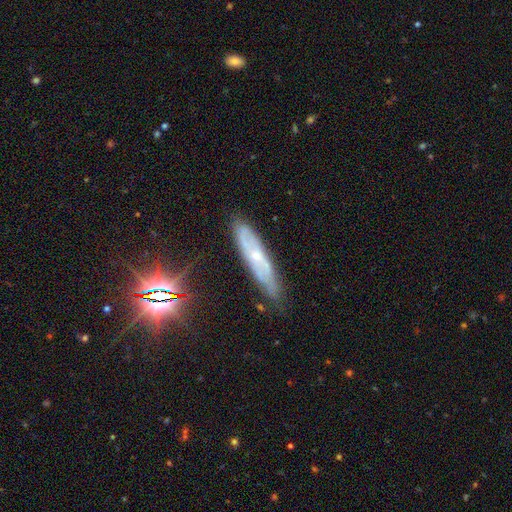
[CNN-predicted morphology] A featured or disk galaxy (67%). Merging: none (77%).